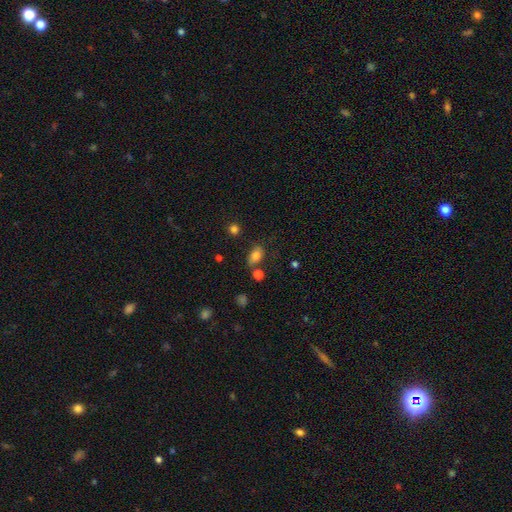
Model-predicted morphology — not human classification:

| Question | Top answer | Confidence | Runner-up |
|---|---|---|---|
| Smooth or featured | smooth | 80% | star or artifact (10%) |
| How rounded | in between | 85% | round (13%) |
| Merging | none | 71% | minor disturbance (16%) |